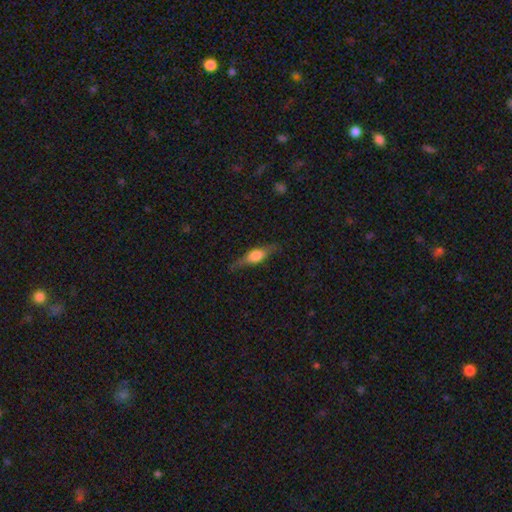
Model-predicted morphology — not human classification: smooth-or-featured: featured or disk: 50% | smooth: 43% | star or artifact: 7%
  disk-edge-on: yes: 91% | no: 9%
  merging: none: 79% | minor disturbance: 15% | major disturbance: 5% | merger: 1%